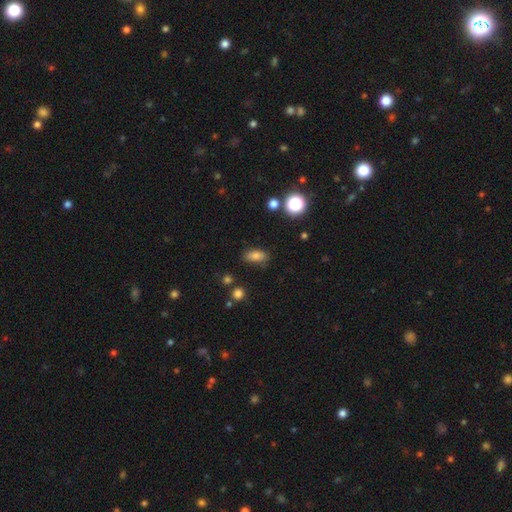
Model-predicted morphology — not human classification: This is likely a smooth galaxy (77%). How rounded: clearly in between (83%). Merging: likely none (77%).